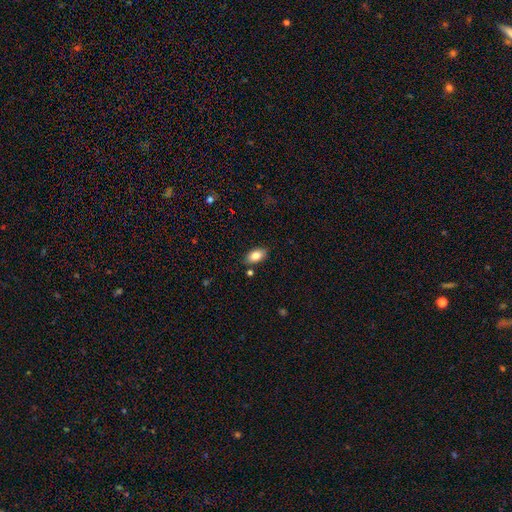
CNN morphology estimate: Smooth or featured? smooth (84%)
How rounded? in between (92%)
Merging? none (84%)